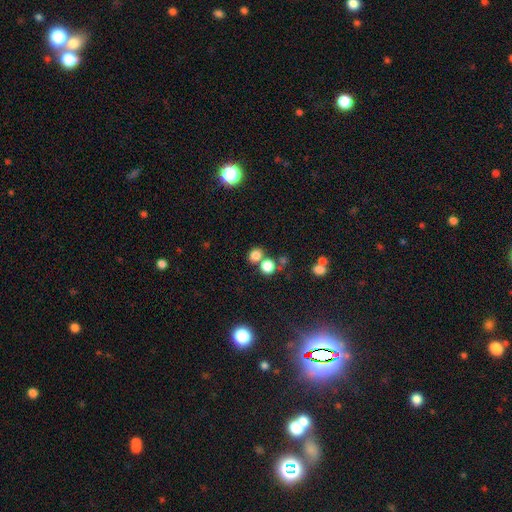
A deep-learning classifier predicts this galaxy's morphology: A smooth galaxy with no disk features (78%) that is round (70%). Merging: none (57%).